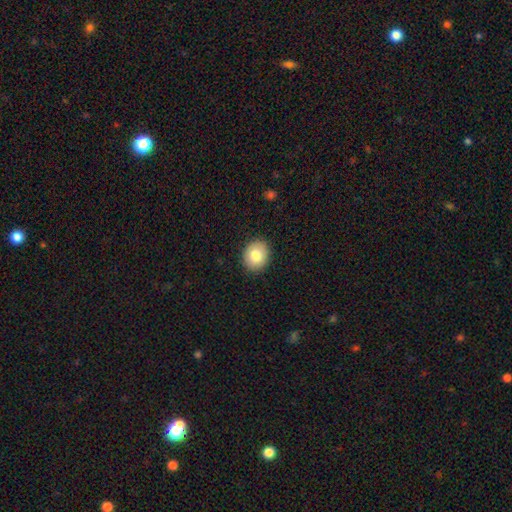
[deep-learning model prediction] A smooth galaxy with no disk features (81%) that is round (66%). Merging: none (90%).